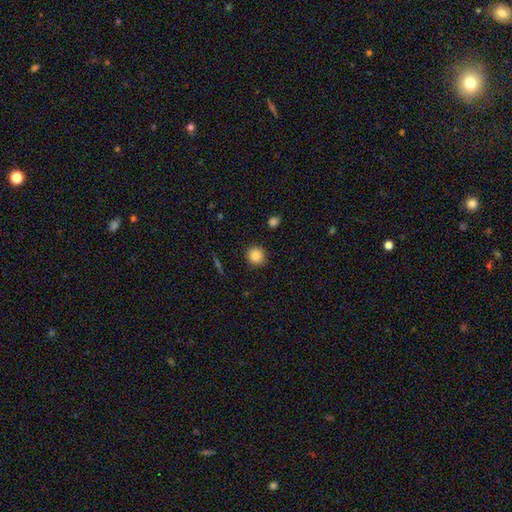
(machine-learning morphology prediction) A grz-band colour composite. It shows a smooth galaxy with no disk features (86%) that is round (91%). Merging: none (88%).